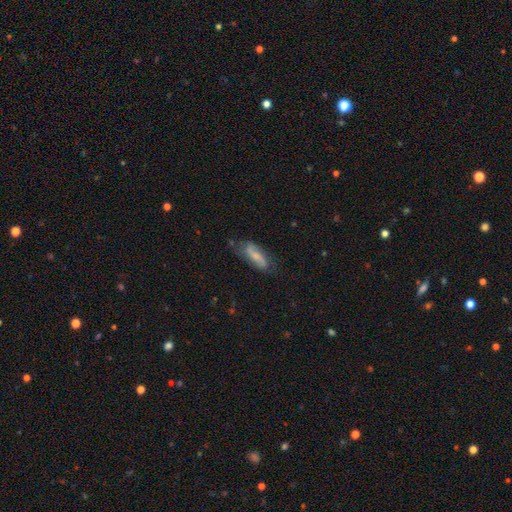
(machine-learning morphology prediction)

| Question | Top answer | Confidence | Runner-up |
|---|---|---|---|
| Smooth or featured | featured or disk | 49% | smooth (44%) |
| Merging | none | 66% | minor disturbance (24%) |